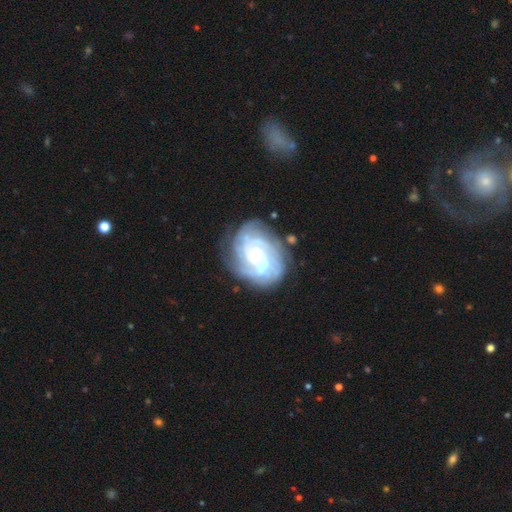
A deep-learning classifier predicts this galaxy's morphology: A featured or disk galaxy (86%) with no bar (60%), tight (70%) spiral arms (96%) and a small central bulge (54%).

Vote fractions:
- Smooth or featured? featured or disk: 86% / smooth: 9% / star or artifact: 6%
- Edge-on disk? no: 98% / yes: 2%
- Bar? no: 60% / weak: 32% / strong: 8%
- Spiral arms? yes: 96% / no: 4%
- Spiral winding? tight: 70% / medium: 25% / loose: 5%
- Spiral arm count? can't tell: 32% / 3: 21% / 2: 19% / 4: 15% / more than 4: 8% / 1: 6%
- Bulge size? small: 54% / moderate: 34% / large: 6% / none: 5% / dominant: 1%
- Merging? none: 70% / minor disturbance: 18% / major disturbance: 8% / merger: 3%